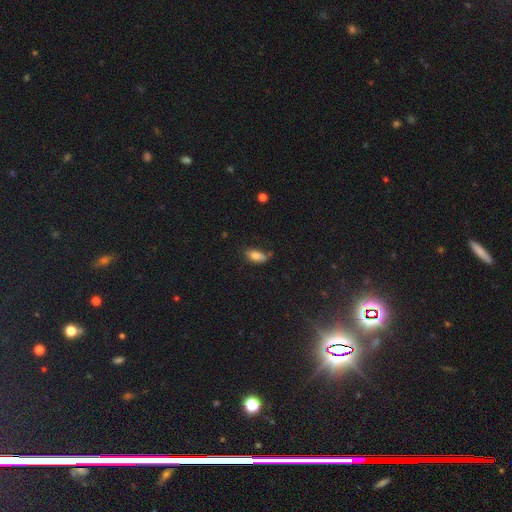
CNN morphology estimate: This appears to be a smooth galaxy with no disk features (79%) that is in between round and cigar-shaped (89%). Merging: none (56%).